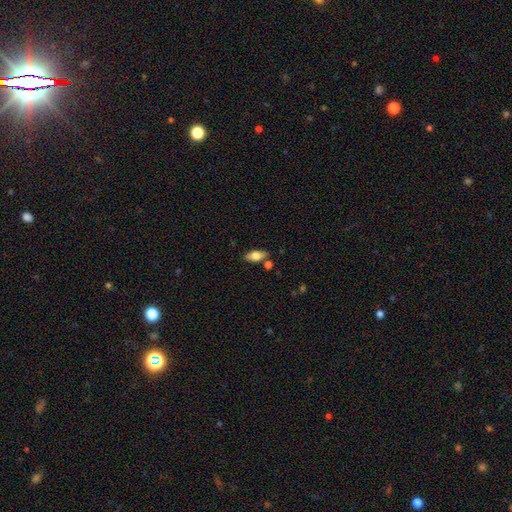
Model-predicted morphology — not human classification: smooth 73%, featured or disk 20%, star or artifact 7%. Down the decision tree: how rounded — in between (86%); merging — none (78%).